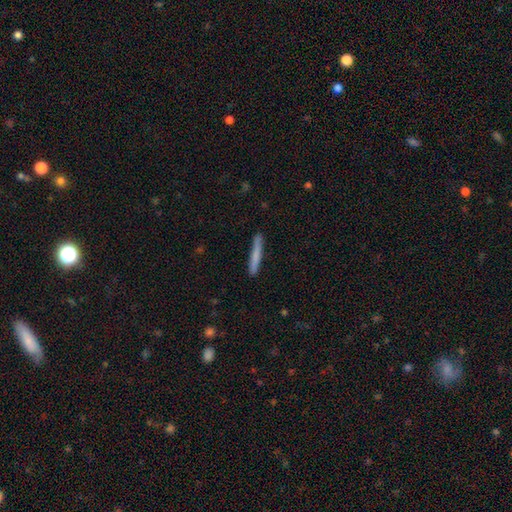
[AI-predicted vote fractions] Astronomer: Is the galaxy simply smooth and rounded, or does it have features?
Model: smooth — 72%.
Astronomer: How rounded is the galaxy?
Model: cigar-shaped — 96%.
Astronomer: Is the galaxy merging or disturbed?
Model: none — 89%.